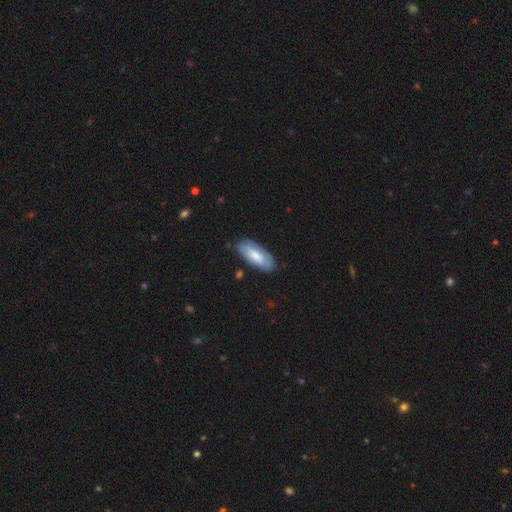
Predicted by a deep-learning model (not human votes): Smooth or featured: smooth — 69% (featured or disk — 26%)
How rounded: in between — 82% (cigar-shaped — 17%)
Merging: none — 80% (minor disturbance — 15%)